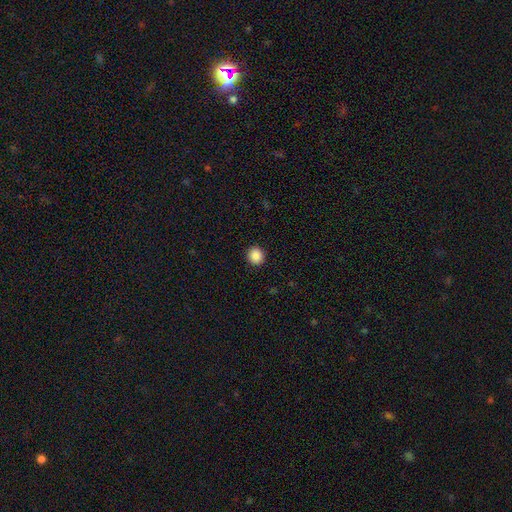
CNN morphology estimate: Overall: smooth (88%). How rounded: round (92%). Merging: none (93%).